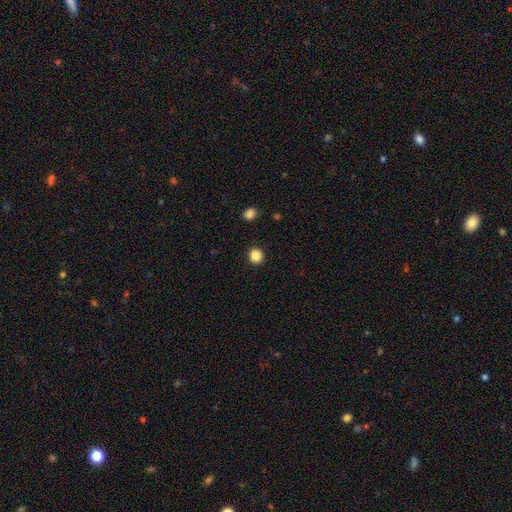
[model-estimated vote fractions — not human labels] A smooth galaxy with no disk features (87%) that is round (90%).

Vote fractions:
- Smooth or featured? smooth: 87% / star or artifact: 11% / featured or disk: 3%
- How rounded? round: 90% / in between: 9% / cigar-shaped: 1%
- Merging? none: 92% / minor disturbance: 5% / major disturbance: 2% / merger: 1%